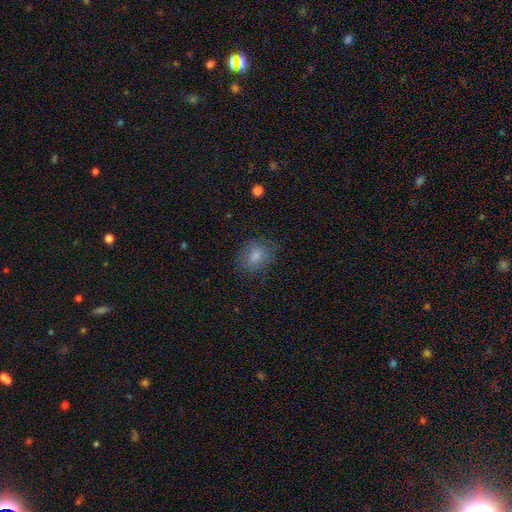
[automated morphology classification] smooth_or_featured: smooth (p=0.70) [alt: featured or disk p=0.17]
how_rounded: in between (p=0.55) [alt: round p=0.44]
merging: none (p=0.76) [alt: minor disturbance p=0.17]